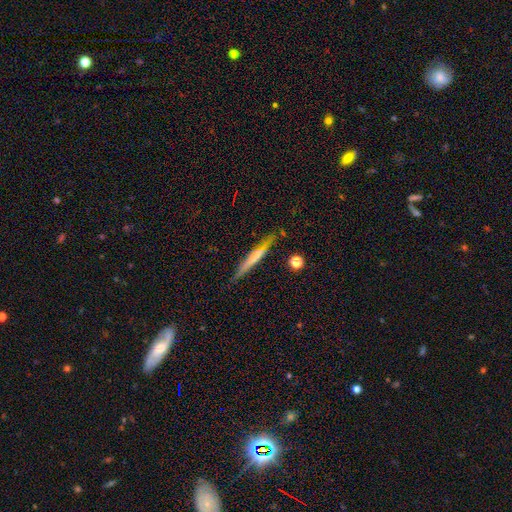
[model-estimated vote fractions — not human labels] Q: Smooth or featured?
A: smooth (47%); tied with: featured or disk (47%)
Q: Merging?
A: none (83%); runner-up: minor disturbance (12%)